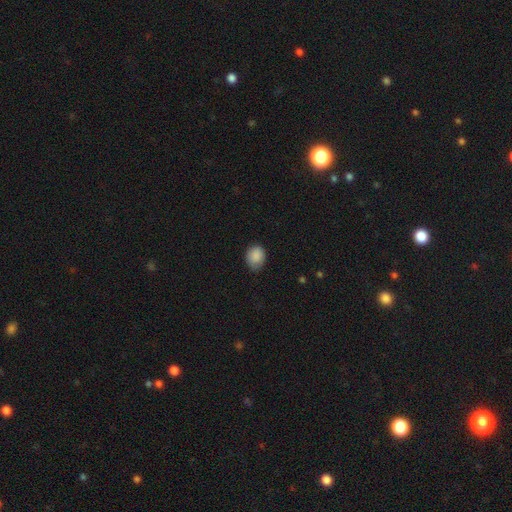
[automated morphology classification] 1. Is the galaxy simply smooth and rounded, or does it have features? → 88% smooth, 8% star or artifact, 4% featured or disk.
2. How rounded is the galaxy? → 51% in between, 48% round, 1% cigar-shaped.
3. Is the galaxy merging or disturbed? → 71% none, 24% minor disturbance, 4% major disturbance, 1% merger.